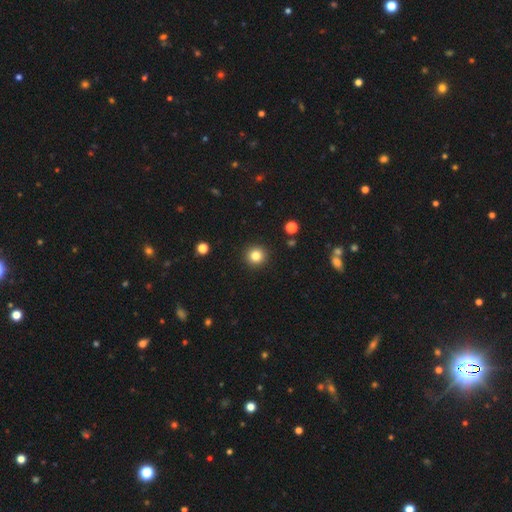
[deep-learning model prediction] This appears to be a smooth galaxy with no disk features (82%) that is round (95%). Merging: none (92%).